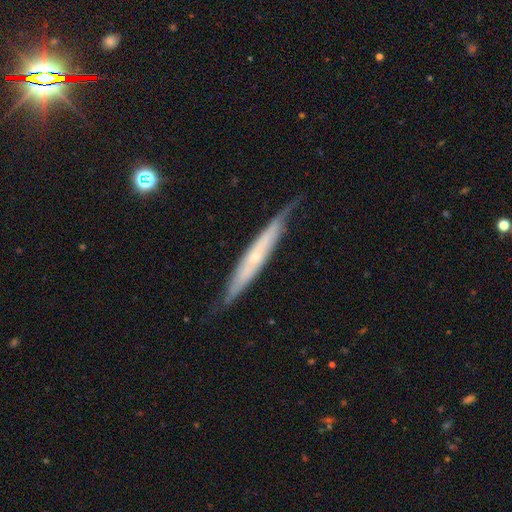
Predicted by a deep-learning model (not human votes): featured or disk 65%, smooth 29%, star or artifact 6%. Down the decision tree: edge-on disk — yes (86%); edge-on bulge — none (51%); merging — none (77%).